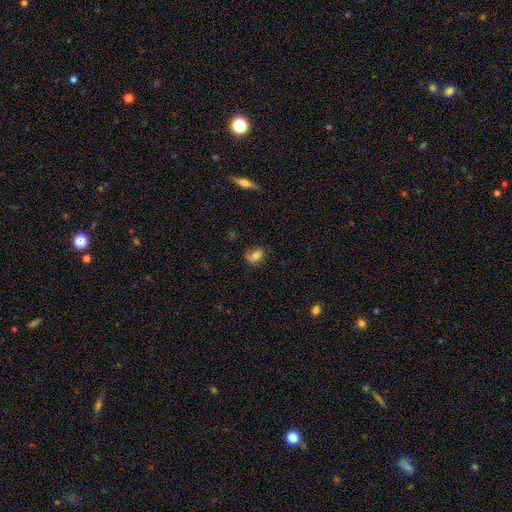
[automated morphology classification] type=smooth (71%); roundness=in between (81%); merging=none (55%).